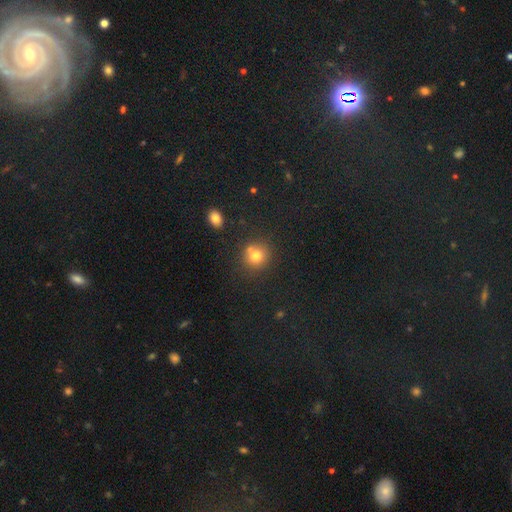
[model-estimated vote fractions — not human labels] Smooth or featured: smooth — 77% (star or artifact — 14%)
How rounded: round — 88% (in between — 11%)
Merging: none — 70% (merger — 17%)